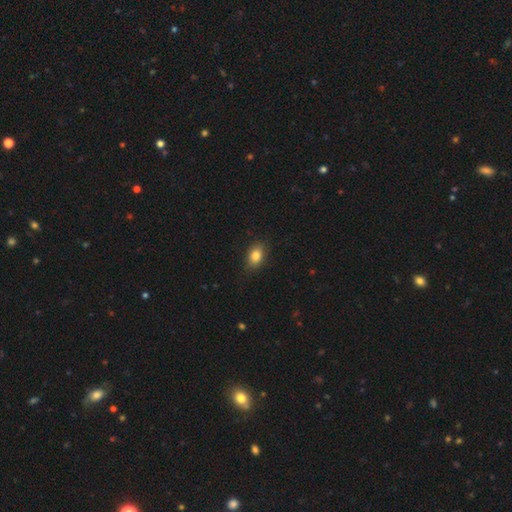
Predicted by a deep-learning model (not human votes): The model was most divided on "how rounded": in between: 79%, round: 19%, cigar-shaped: 2%. More confident: merging — none (85%); smooth or featured — smooth (83%).